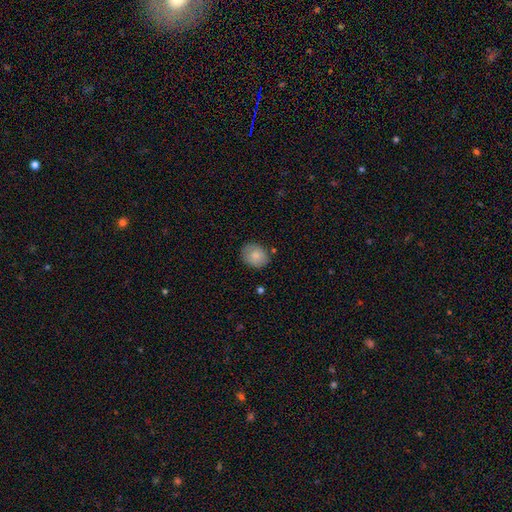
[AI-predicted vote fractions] Smooth or featured? Predicted: smooth (p=0.82). How rounded? Predicted: round (p=0.55). Merging? Predicted: none (p=0.82).